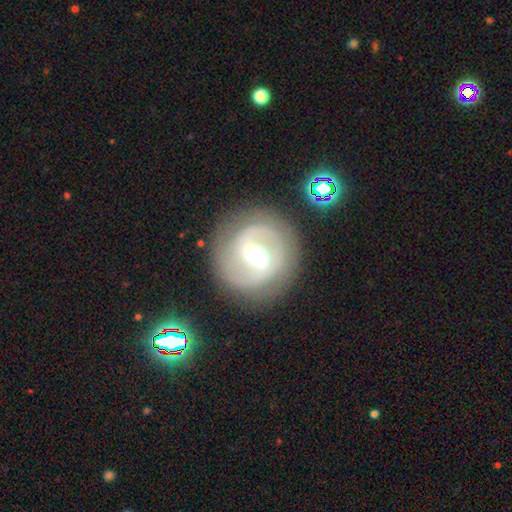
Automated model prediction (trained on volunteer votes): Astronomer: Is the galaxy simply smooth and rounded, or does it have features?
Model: featured or disk — 78%.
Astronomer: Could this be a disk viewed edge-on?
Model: no — 97%.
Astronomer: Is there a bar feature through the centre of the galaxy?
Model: weak — 52% (runner-up: strong, 31%).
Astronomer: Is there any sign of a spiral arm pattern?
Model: yes — 87%.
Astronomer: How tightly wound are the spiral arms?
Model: medium — 46% (runner-up: tight, 34%).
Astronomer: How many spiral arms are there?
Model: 2 — 84%.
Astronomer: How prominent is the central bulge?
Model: moderate — 68%.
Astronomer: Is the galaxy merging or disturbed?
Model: none — 81%.